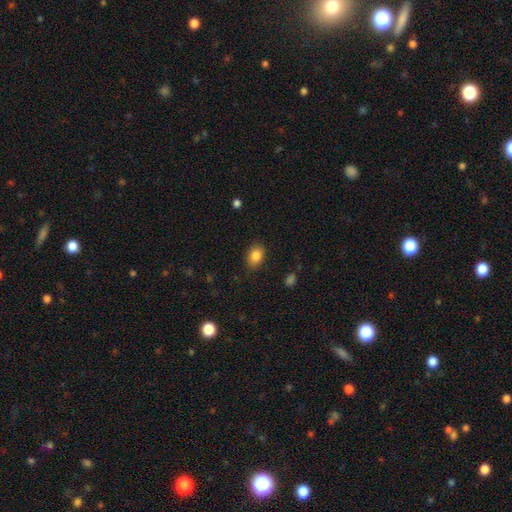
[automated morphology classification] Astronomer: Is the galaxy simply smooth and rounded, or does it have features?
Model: smooth — 85%.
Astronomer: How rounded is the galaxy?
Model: in between — 75%.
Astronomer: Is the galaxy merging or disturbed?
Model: none — 85%.